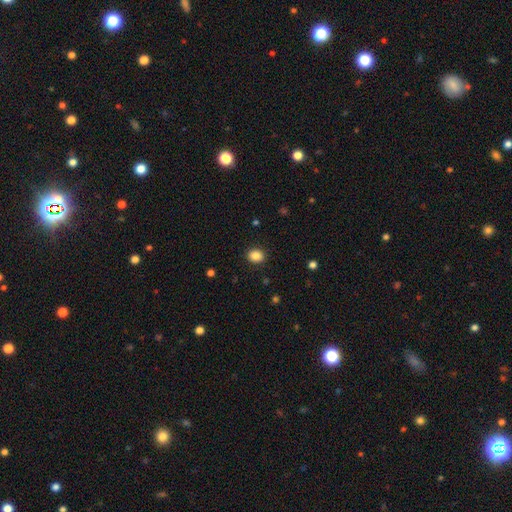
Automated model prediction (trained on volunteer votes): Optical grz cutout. It shows a smooth galaxy with no disk features (87%) that is round (55%). Merging: none (90%).